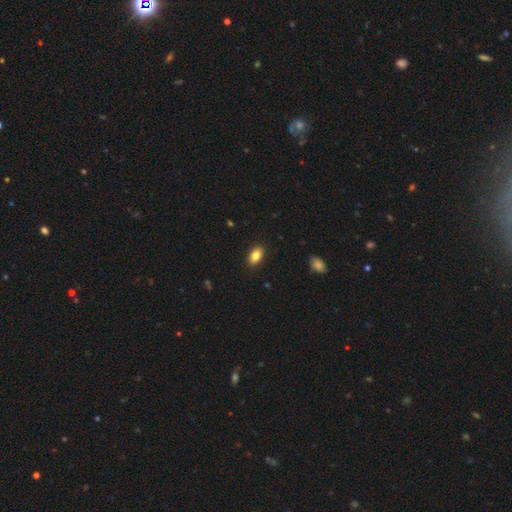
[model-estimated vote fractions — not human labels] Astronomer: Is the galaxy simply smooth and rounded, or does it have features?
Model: smooth — 84%.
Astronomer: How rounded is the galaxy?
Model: in between — 90%.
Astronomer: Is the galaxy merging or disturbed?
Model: none — 89%.